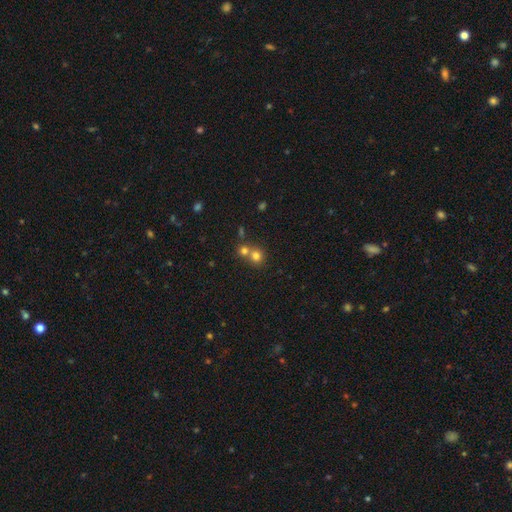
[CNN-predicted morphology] type=smooth (75%); roundness=round (87%); merging=merger (47%).